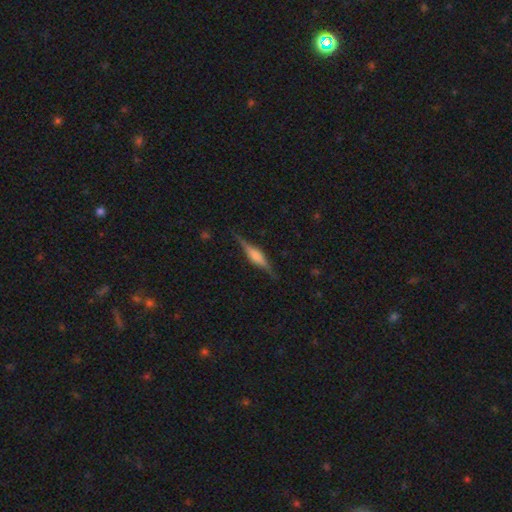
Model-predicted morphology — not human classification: smooth_or_featured: featured or disk (p=0.75) [alt: smooth p=0.17]
disk_edge_on: yes (p=0.98) [alt: no p=0.02]
edge_on_bulge: rounded (p=0.65) [alt: boxy p=0.30]
merging: none (p=0.85) [alt: minor disturbance p=0.11]